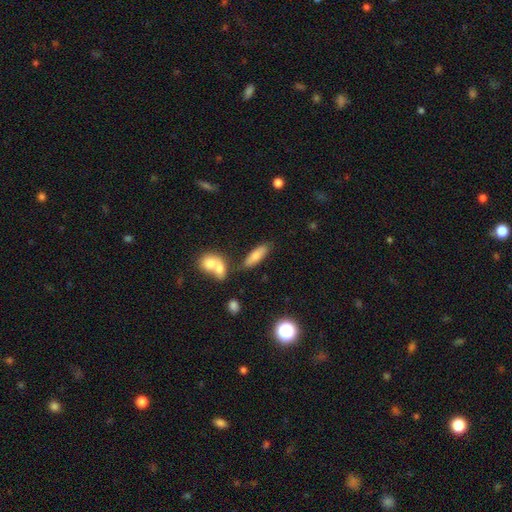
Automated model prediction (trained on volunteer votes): This appears to be a smooth galaxy with no disk features (74%) that is in between round and cigar-shaped (53%). Merging: none (67%).